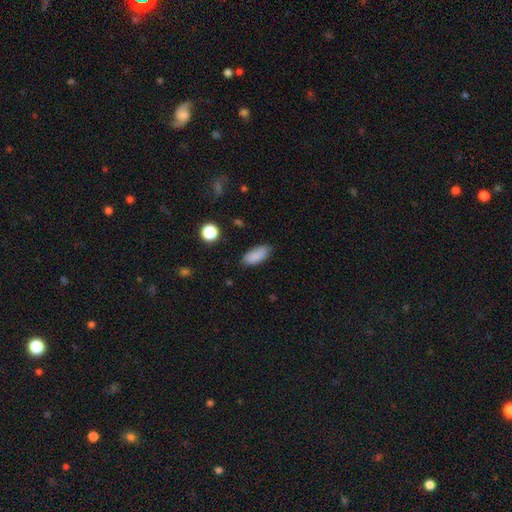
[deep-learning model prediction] The model was most divided on "merging": none: 82%, minor disturbance: 14%, major disturbance: 3%, merger: 1%. More confident: smooth or featured — smooth (87%); how rounded — in between (86%).